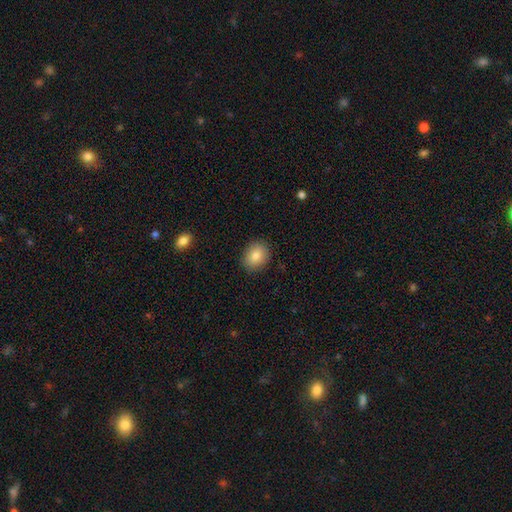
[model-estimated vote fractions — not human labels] Smooth or featured: smooth — 83% (featured or disk — 9%)
How rounded: round — 54% (in between — 45%)
Merging: none — 89% (minor disturbance — 8%)